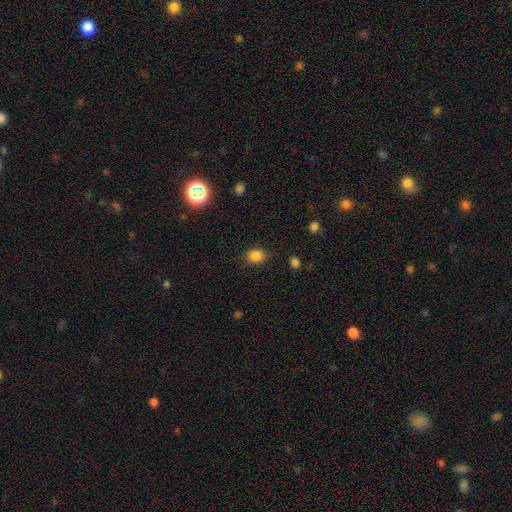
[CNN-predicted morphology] This appears to be a smooth galaxy with no disk features (85%) that is round (61%). Merging: none (80%).